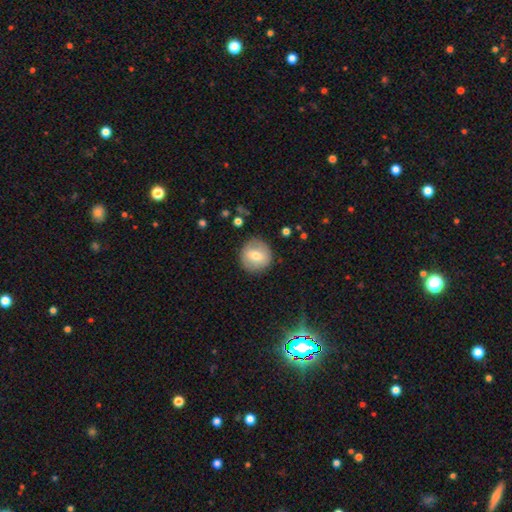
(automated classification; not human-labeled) Overall: smooth (65%; featured or disk 27%). How rounded: round (92%). Merging: none (87%).